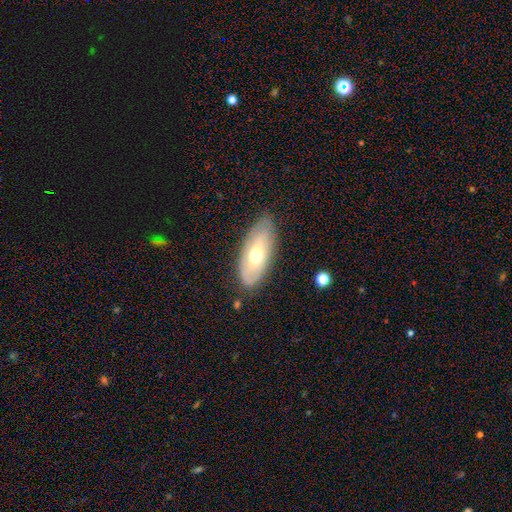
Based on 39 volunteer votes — This appears to be a smooth galaxy with no disk features (54%) that is in between round and cigar-shaped (81%). Merging: none (82%).